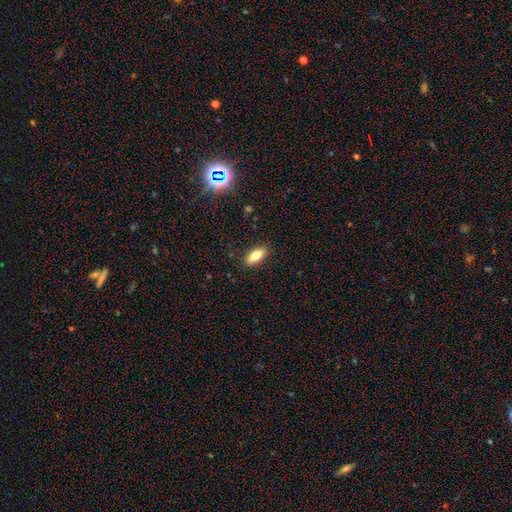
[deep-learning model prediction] Smooth or featured: smooth — 76% (featured or disk — 16%)
How rounded: in between — 80% (cigar-shaped — 17%)
Merging: none — 88% (minor disturbance — 9%)